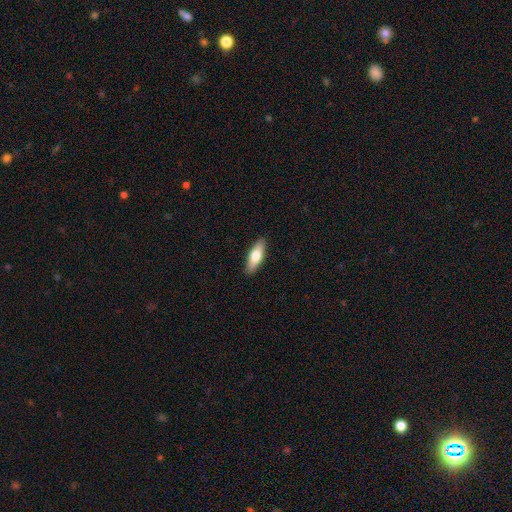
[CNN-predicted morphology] type=smooth (67%); roundness=in between (56%); merging=none (90%).